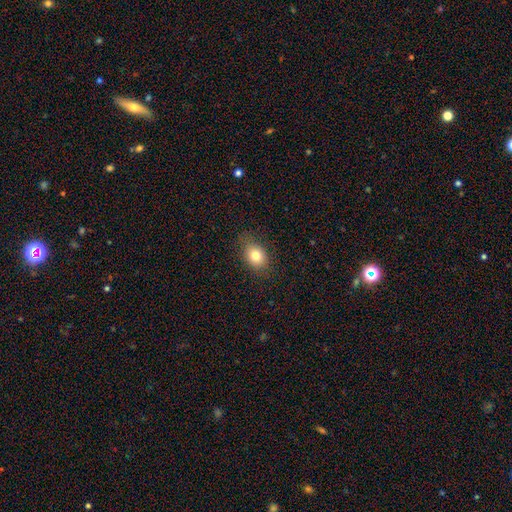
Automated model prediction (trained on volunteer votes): Smooth or featured? Predicted: smooth (p=0.80). How rounded? Predicted: in between (p=0.68). Merging? Predicted: none (p=0.81).